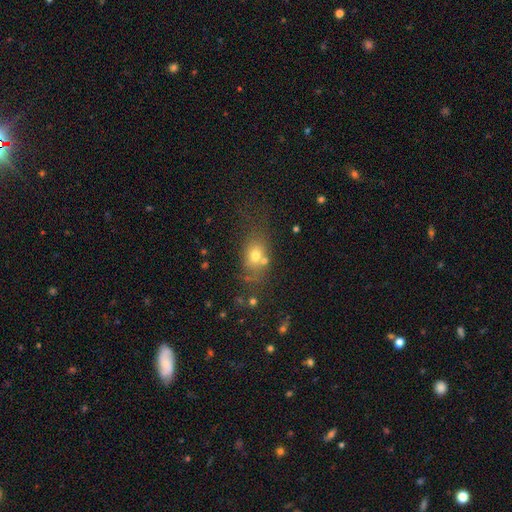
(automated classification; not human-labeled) Smooth or featured: smooth — 66% (featured or disk — 18%)
How rounded: in between — 64% (round — 32%)
Merging: none — 53% (minor disturbance — 18%)